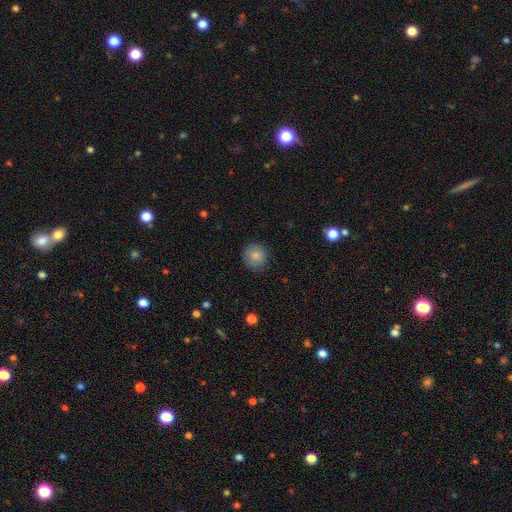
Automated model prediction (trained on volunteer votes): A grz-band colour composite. It shows a smooth galaxy with no disk features (85%) that is round (93%). Merging: none (87%).